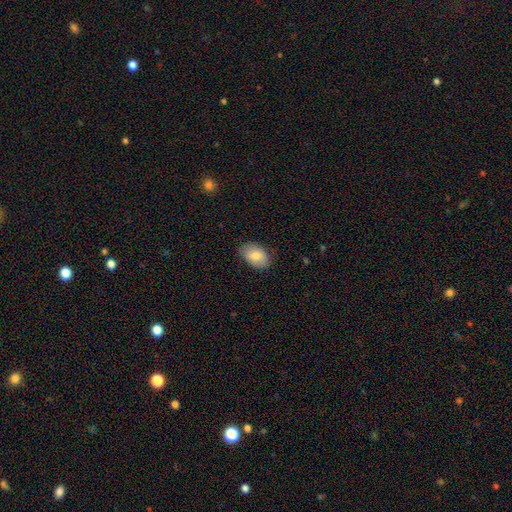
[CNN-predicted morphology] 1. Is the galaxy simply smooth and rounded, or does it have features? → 80% smooth, 13% featured or disk, 7% star or artifact.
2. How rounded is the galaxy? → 88% in between, 11% round, 1% cigar-shaped.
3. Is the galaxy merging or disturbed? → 83% none, 14% minor disturbance, 2% major disturbance, 1% merger.